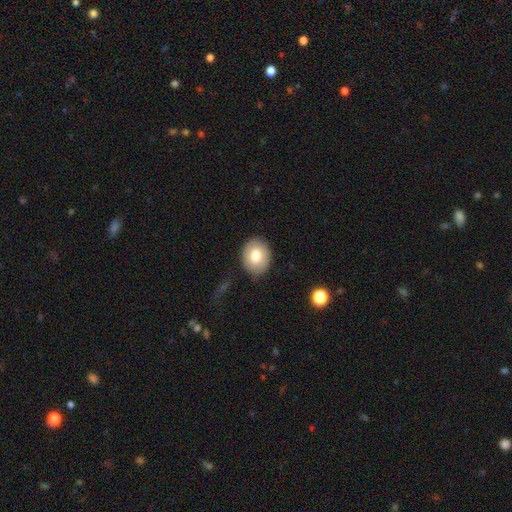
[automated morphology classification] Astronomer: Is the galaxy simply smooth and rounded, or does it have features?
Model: smooth — 74%.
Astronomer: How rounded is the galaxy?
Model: in between — 60% (runner-up: round, 39%).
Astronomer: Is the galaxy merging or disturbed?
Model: none — 85%.